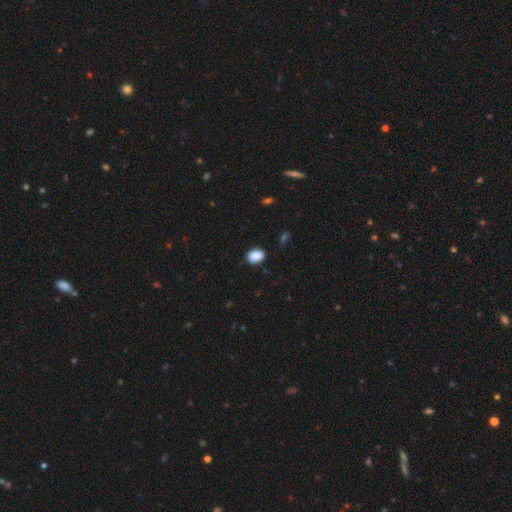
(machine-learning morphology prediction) This is clearly a smooth galaxy (88%). How rounded: likely in between (71%). Merging: clearly none (81%).